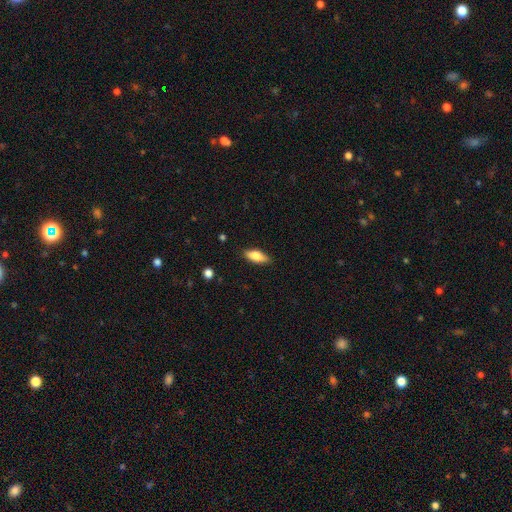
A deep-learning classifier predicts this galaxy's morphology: This appears to be a smooth galaxy with no disk features (78%) that is in between round and cigar-shaped (75%). Merging: none (81%).